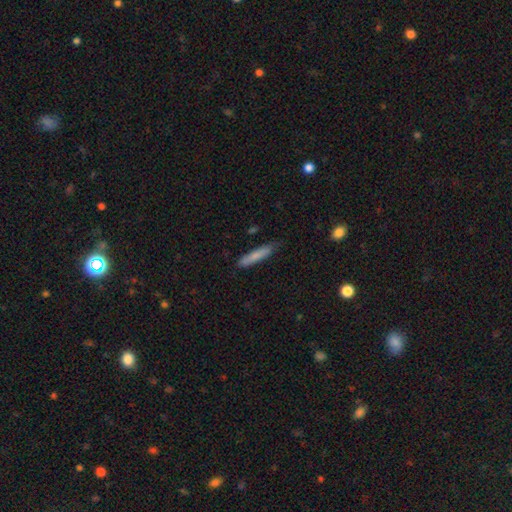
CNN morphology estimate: Overall: smooth (78%). How rounded: cigar-shaped (90%). Merging: none (79%).